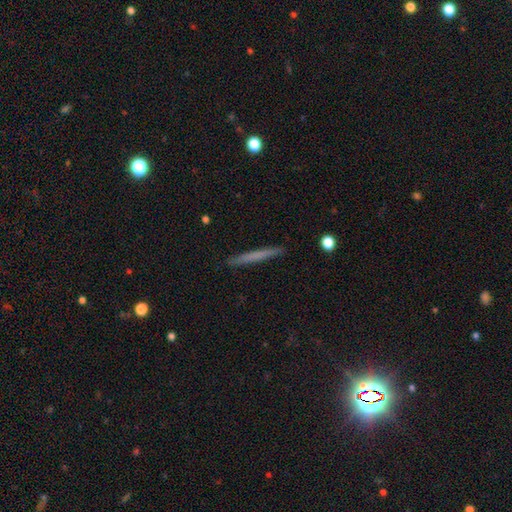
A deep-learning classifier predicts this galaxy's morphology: Smooth or featured: smooth — 60% (featured or disk — 33%)
How rounded: cigar-shaped — 97% (in between — 2%)
Merging: none — 92% (minor disturbance — 6%)